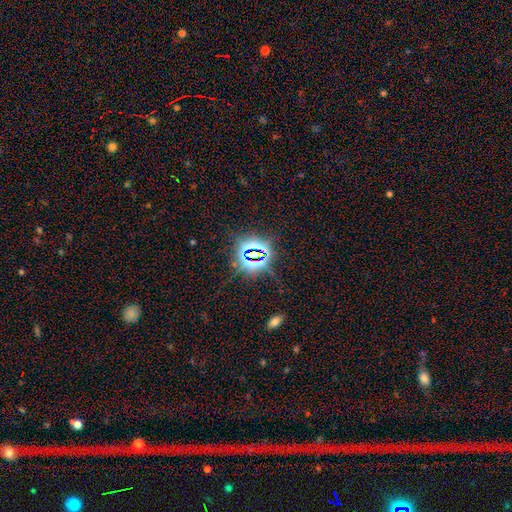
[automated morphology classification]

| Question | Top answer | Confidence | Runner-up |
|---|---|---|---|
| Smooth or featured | star or artifact | 79% | smooth (13%) |